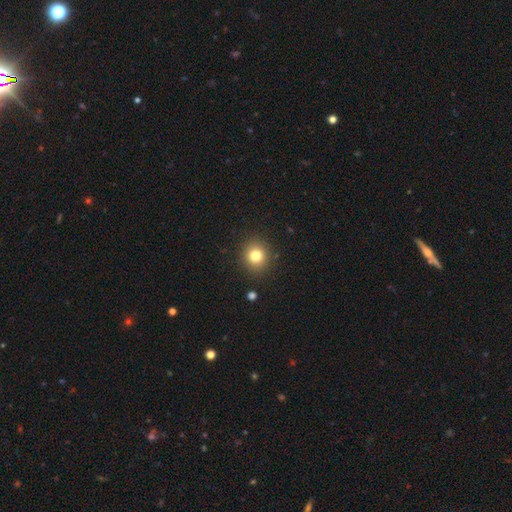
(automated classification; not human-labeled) The model was most divided on "smooth or featured": smooth: 79%, star or artifact: 12%, featured or disk: 8%. More confident: merging — none (89%); how rounded — round (85%).